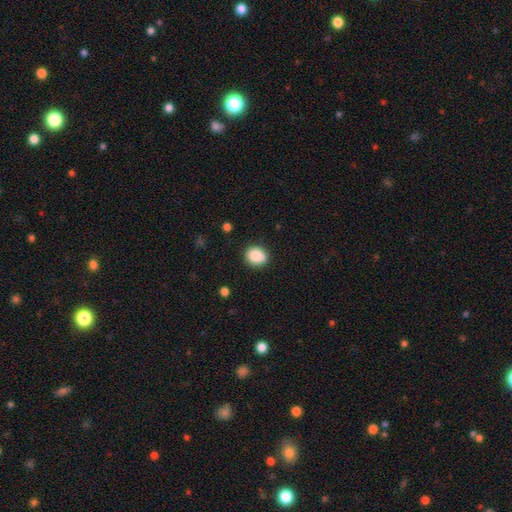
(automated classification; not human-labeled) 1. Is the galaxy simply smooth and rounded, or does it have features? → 87% smooth, 9% star or artifact, 5% featured or disk.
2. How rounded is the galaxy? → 74% round, 25% in between, 1% cigar-shaped.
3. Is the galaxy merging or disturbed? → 83% none, 12% minor disturbance, 3% major disturbance, 2% merger.